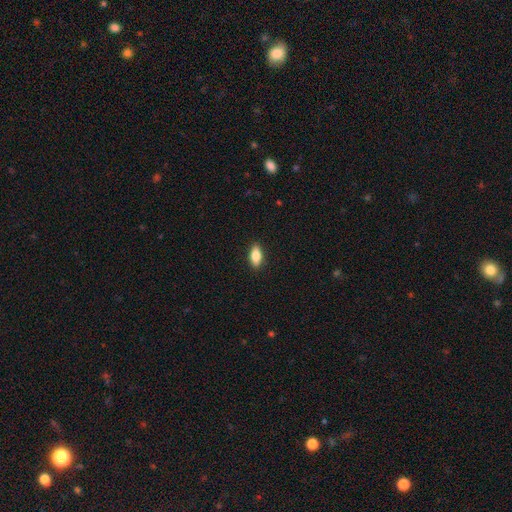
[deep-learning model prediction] Smooth or featured? smooth (81%)
How rounded? in between (85%)
Merging? none (89%)